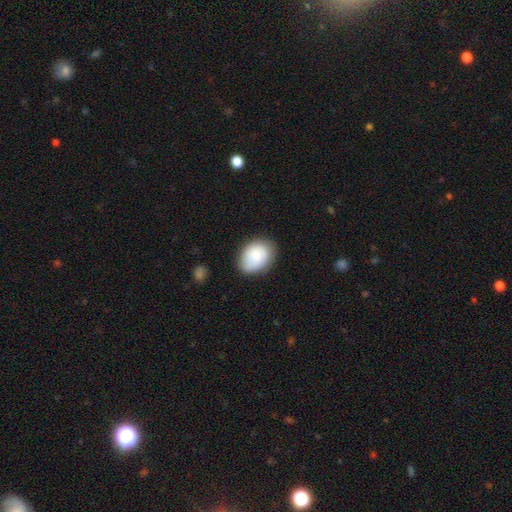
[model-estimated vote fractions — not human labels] Smooth or featured?
  - smooth: 80% *
  - featured or disk: 14%
  - star or artifact: 7%
How rounded?
  - in between: 69% *
  - round: 30%
  - cigar-shaped: 1%
Merging?
  - none: 73% *
  - minor disturbance: 20%
  - major disturbance: 5%
  - merger: 2%